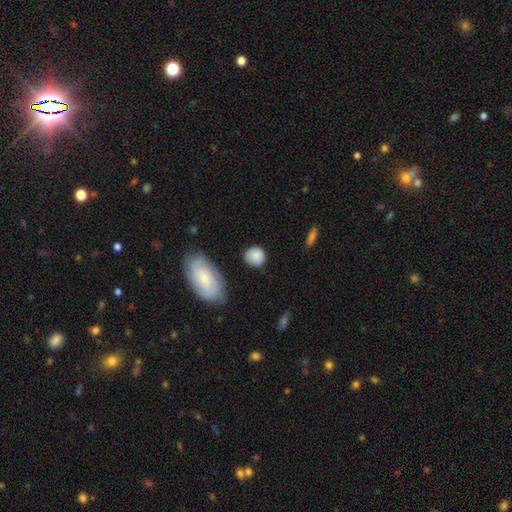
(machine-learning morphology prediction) Overall: smooth (82%). How rounded: round (78%). Merging: none (77%).